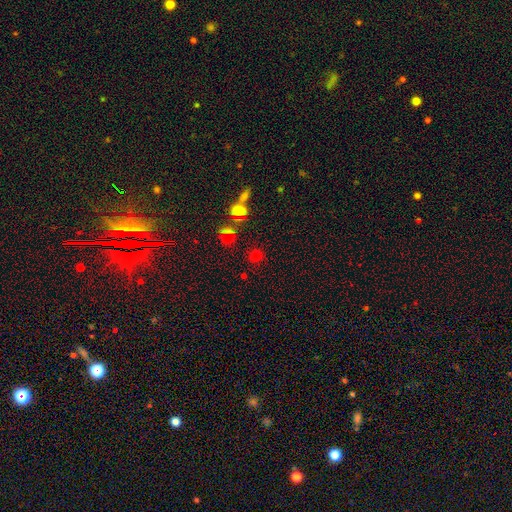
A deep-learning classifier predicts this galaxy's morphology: Smooth or featured? smooth (65%)
How rounded? round (90%)
Merging? none (85%)